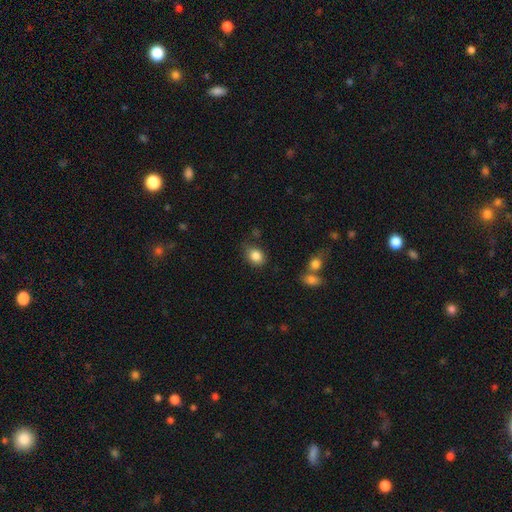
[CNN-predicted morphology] smooth-or-featured: smooth: 86% | star or artifact: 9% | featured or disk: 5%
  how-rounded: in between: 55% | round: 44% | cigar-shaped: 1%
  merging: none: 73% | minor disturbance: 19% | major disturbance: 5% | merger: 4%